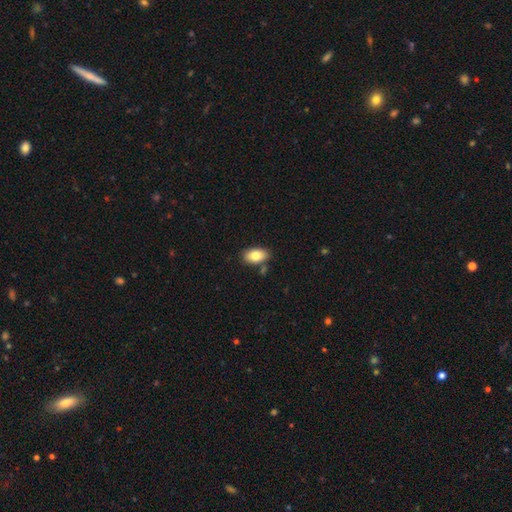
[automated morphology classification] smooth-or-featured: smooth: 80% | featured or disk: 13% | star or artifact: 7%
  how-rounded: in between: 92% | round: 6% | cigar-shaped: 2%
  merging: none: 80% | minor disturbance: 11% | merger: 6% | major disturbance: 2%